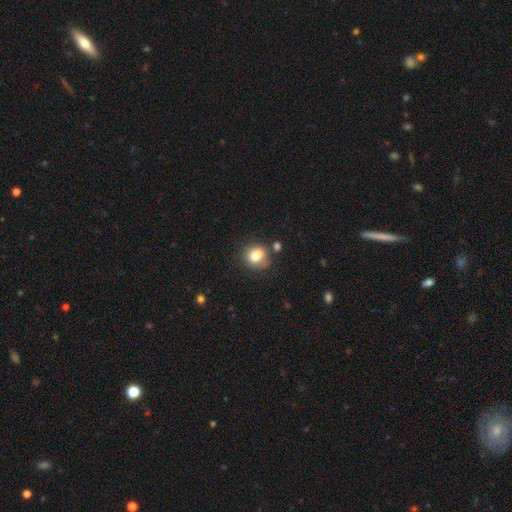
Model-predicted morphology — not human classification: The model was most divided on "merging": none: 59%, minor disturbance: 20%, merger: 14%, major disturbance: 7%. More confident: smooth or featured — smooth (80%); how rounded — round (73%).